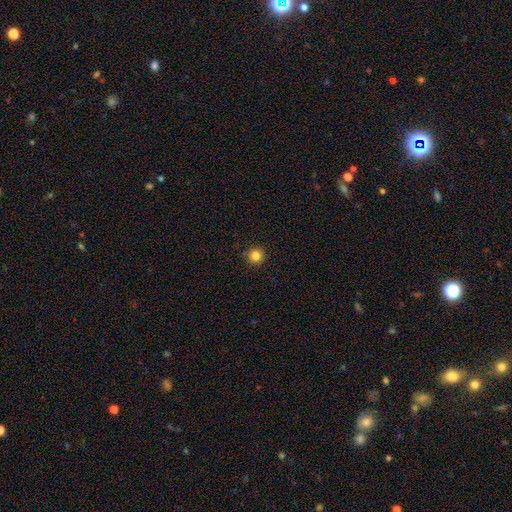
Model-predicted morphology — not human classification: Smooth or featured? smooth (84%)
How rounded? round (94%)
Merging? none (90%)